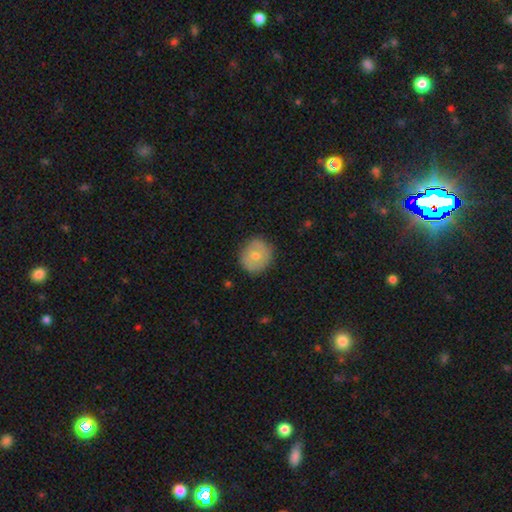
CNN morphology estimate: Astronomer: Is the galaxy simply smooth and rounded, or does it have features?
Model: smooth — 61%.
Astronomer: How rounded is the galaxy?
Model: round — 84%.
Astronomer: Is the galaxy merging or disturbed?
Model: none — 83%.